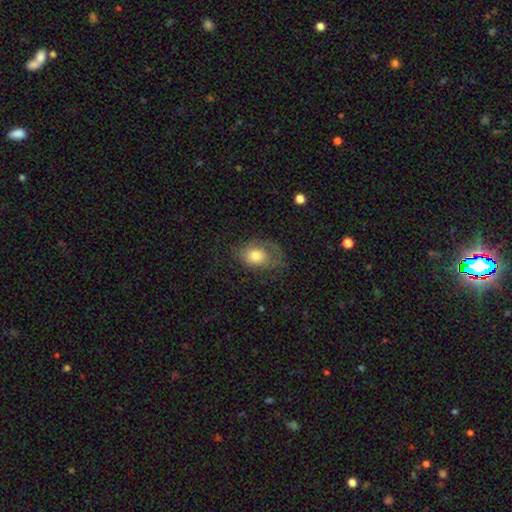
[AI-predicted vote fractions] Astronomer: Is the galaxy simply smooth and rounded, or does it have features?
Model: smooth — 67%.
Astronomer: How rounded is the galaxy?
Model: in between — 80%.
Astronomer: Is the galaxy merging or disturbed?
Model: none — 54%.